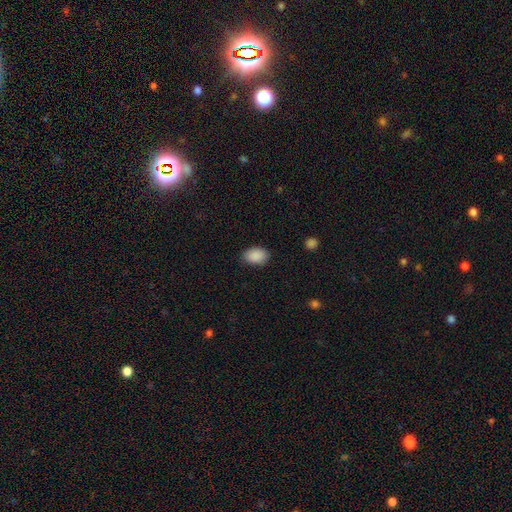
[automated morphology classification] smooth-or-featured: smooth: 90% | star or artifact: 7% | featured or disk: 3%
  how-rounded: in between: 83% | round: 16% | cigar-shaped: 1%
  merging: none: 84% | minor disturbance: 12% | major disturbance: 3% | merger: 1%